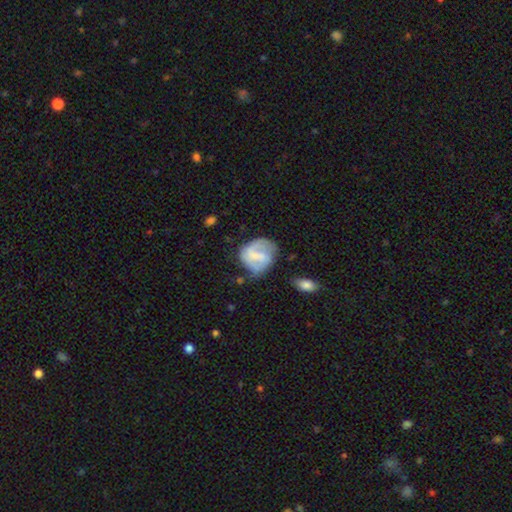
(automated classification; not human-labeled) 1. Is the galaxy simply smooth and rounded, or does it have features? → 56% featured or disk, 37% smooth, 7% star or artifact.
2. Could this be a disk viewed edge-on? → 97% no, 3% yes.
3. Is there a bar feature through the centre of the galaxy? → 48% weak, 30% no, 22% strong.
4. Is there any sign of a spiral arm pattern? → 72% yes, 28% no.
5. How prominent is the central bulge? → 40% small, 33% none, 23% moderate, 3% large, 1% dominant.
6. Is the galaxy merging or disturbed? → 50% none, 28% minor disturbance, 17% major disturbance, 5% merger.